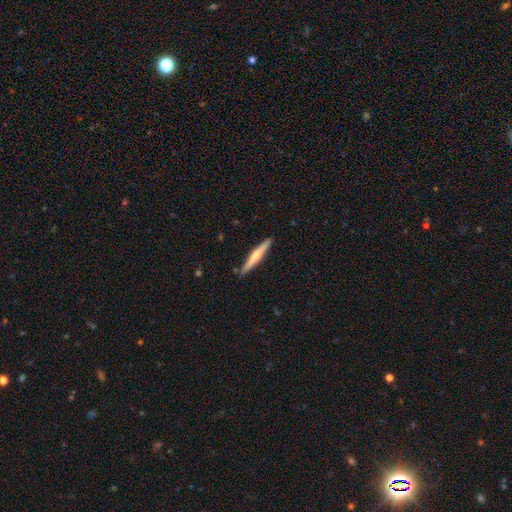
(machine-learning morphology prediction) Smooth or featured? Predicted: featured or disk (p=0.52). Edge-on disk? Predicted: yes (p=0.97). Edge-on bulge? Predicted: rounded (p=0.77). Merging? Predicted: none (p=0.89).